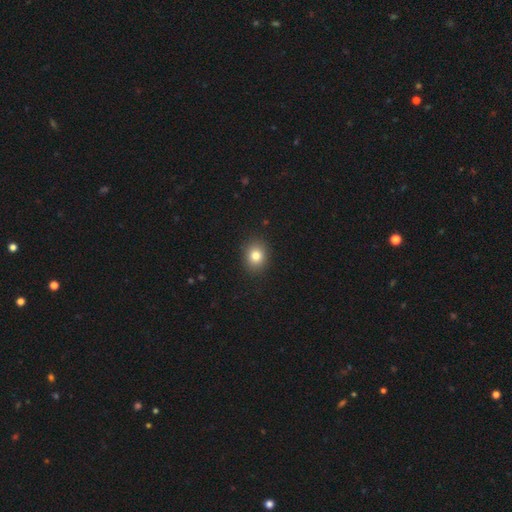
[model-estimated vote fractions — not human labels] Smooth or featured: smooth — 81% (star or artifact — 11%)
How rounded: round — 60% (in between — 39%)
Merging: none — 90% (minor disturbance — 7%)